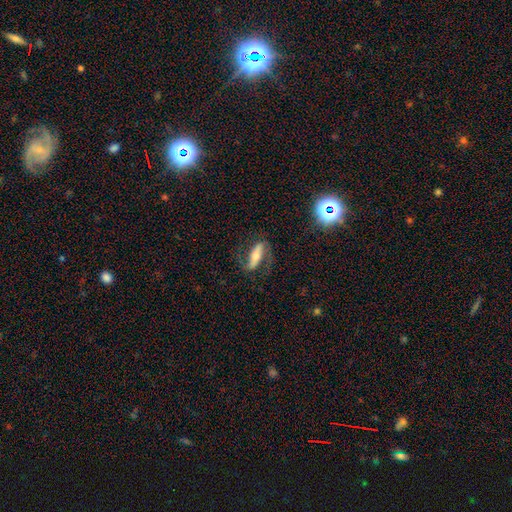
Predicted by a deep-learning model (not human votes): Q: Smooth or featured?
A: featured or disk (70%); runner-up: smooth (22%)
Q: Edge-on disk?
A: no (79%); runner-up: yes (21%)
Q: Bar?
A: strong (63%); runner-up: no (19%)
Q: Spiral arms?
A: yes (87%); runner-up: no (13%)
Q: Bulge size?
A: moderate (53%); runner-up: small (32%)
Q: Merging?
A: none (72%); runner-up: minor disturbance (15%)